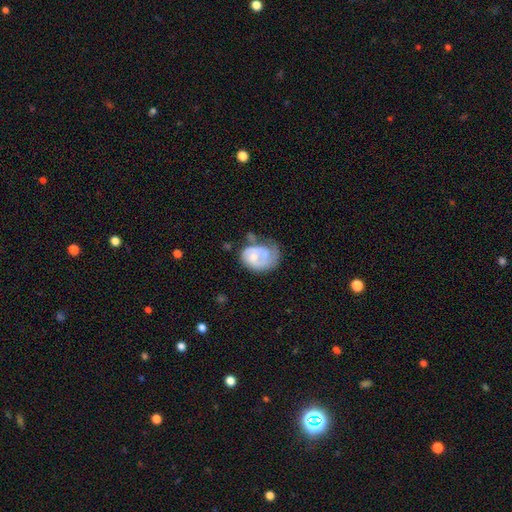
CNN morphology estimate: A featured or disk galaxy (55%) with no bar (78%), spiral arms (64%) and a moderate central bulge (51%).

Vote fractions:
- Smooth or featured? featured or disk: 55% / smooth: 39% / star or artifact: 6%
- Edge-on disk? no: 97% / yes: 3%
- Bar? no: 78% / weak: 20% / strong: 3%
- Spiral arms? yes: 64% / no: 36%
- Bulge size? moderate: 51% / small: 38% / none: 5% / large: 4% / dominant: 1%
- Merging? major disturbance: 33% / minor disturbance: 31% / none: 27% / merger: 9%